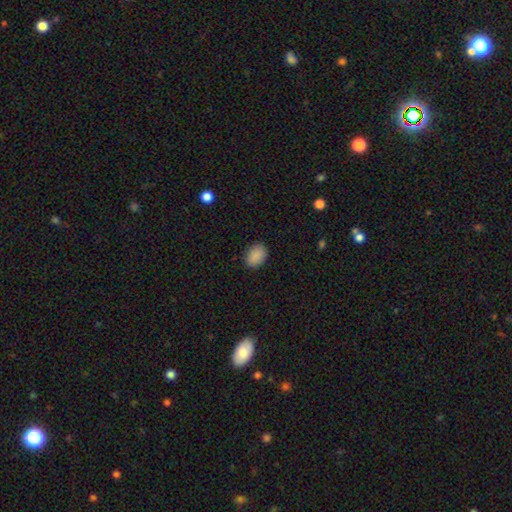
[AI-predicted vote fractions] A smooth galaxy with no disk features (89%) that is in between round and cigar-shaped (74%).

Vote fractions:
- Smooth or featured? smooth: 89% / star or artifact: 8% / featured or disk: 3%
- How rounded? in between: 74% / round: 25% / cigar-shaped: 1%
- Merging? none: 87% / minor disturbance: 10% / major disturbance: 2% / merger: 1%